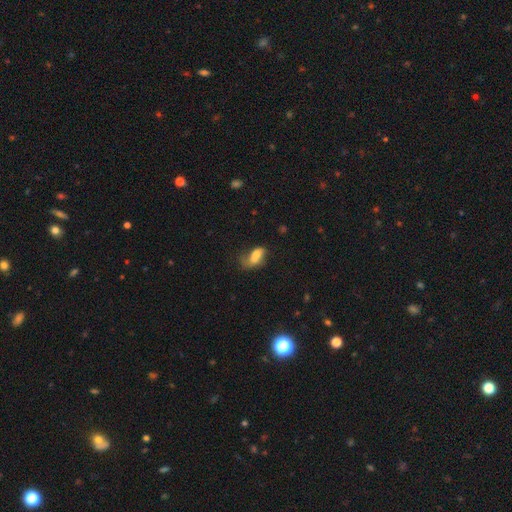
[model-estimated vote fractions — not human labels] A smooth galaxy with no disk features (64%) that is in between round and cigar-shaped (84%). Merging: major disturbance (29%).